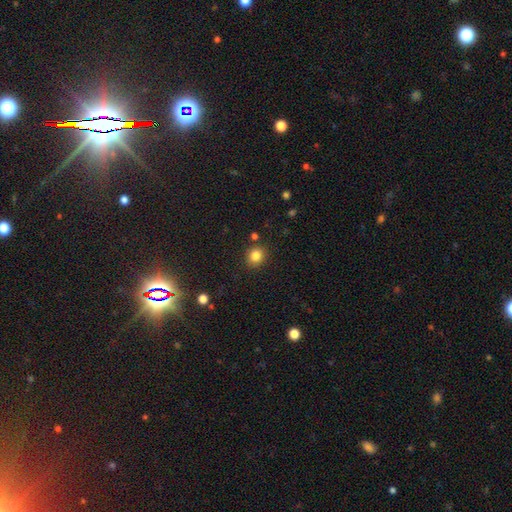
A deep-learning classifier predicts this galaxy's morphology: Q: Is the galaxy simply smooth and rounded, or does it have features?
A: smooth — 83%.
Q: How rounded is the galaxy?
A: round — 79%.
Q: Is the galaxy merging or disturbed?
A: none — 86%.